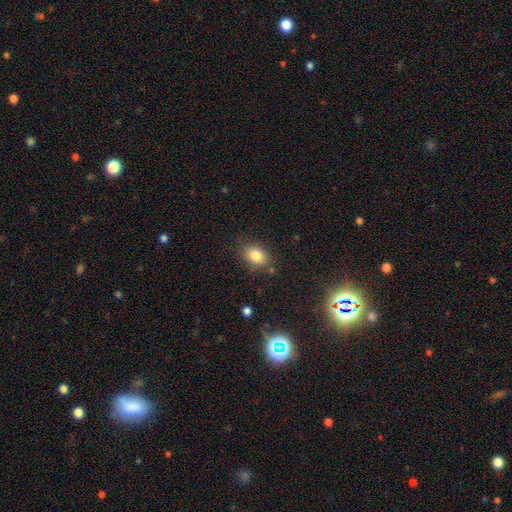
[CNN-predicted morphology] type=smooth (82%); roundness=in between (69%); merging=none (80%).